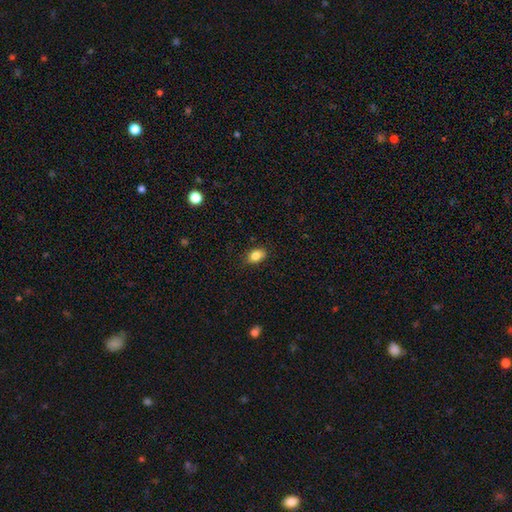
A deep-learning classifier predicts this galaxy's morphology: This appears to be a smooth galaxy with no disk features (84%) that is in between round and cigar-shaped (80%). Merging: none (81%).